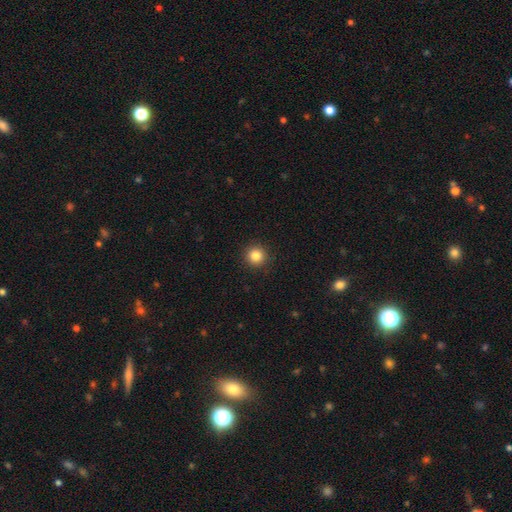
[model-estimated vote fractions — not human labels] This appears to be a smooth galaxy with no disk features (84%) that is round (95%). Merging: none (92%).